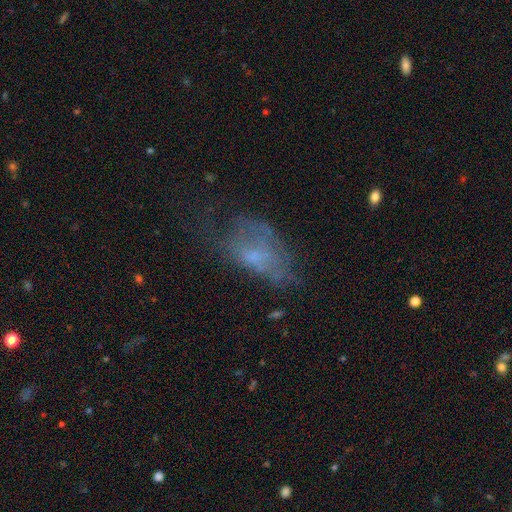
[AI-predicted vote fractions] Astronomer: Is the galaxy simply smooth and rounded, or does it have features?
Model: featured or disk — 43% (runner-up: smooth, 41%).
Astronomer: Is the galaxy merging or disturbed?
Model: major disturbance — 39% (runner-up: none, 32%).